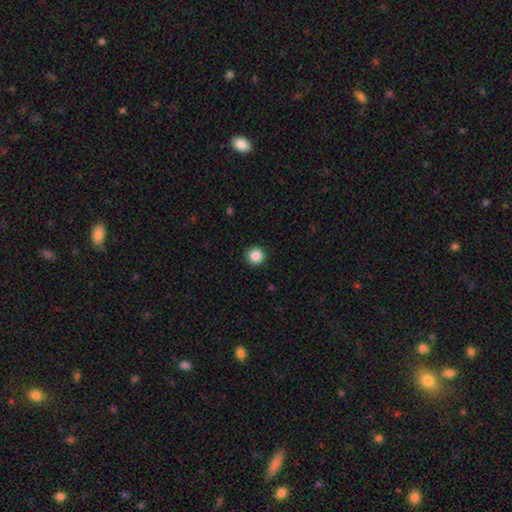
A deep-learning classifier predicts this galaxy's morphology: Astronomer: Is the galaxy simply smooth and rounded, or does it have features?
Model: smooth — 87%.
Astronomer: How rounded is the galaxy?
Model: round — 96%.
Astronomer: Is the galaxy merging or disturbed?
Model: none — 93%.